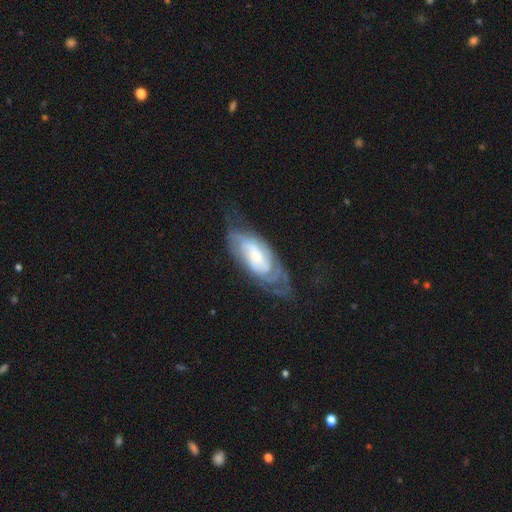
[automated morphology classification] type=featured or disk (75%); edge-on=no (90%); bar=no (53%); spiral arms=yes (91%); winding=tight (58%); arm count=can't tell (44%); bulge=small (50%); merging=none (58%).